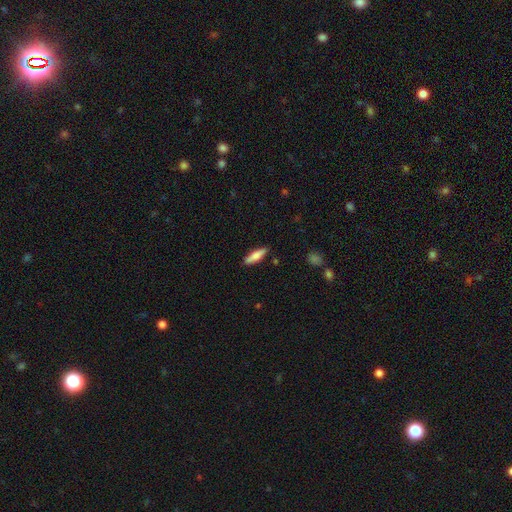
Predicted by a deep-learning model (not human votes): Overall: smooth (70%). How rounded: cigar-shaped (65%; in between 33%). Merging: none (87%).